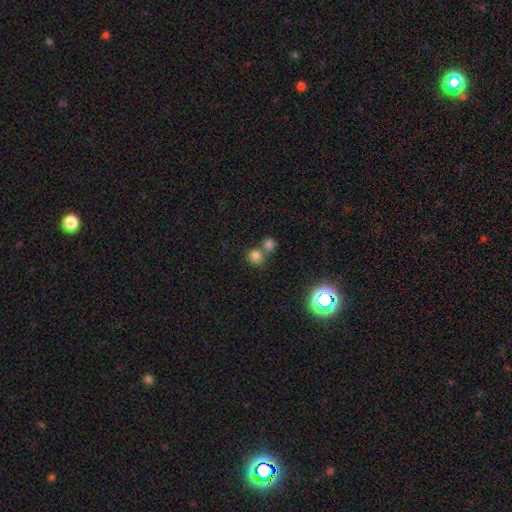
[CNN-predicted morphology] Smooth or featured? smooth (77%)
How rounded? round (87%)
Merging? none (52%)